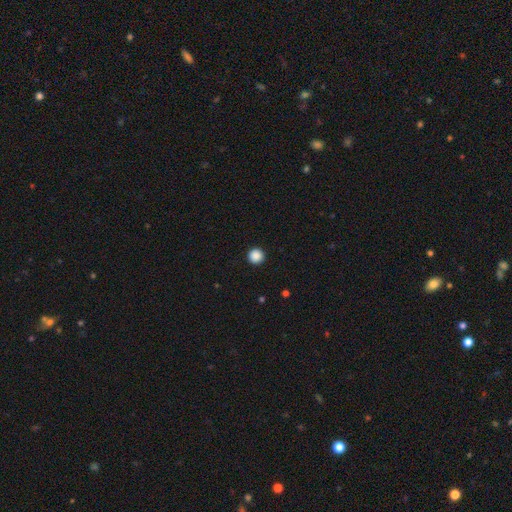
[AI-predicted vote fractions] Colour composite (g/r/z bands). It shows a smooth galaxy with no disk features (88%) that is round (96%). Merging: none (94%).